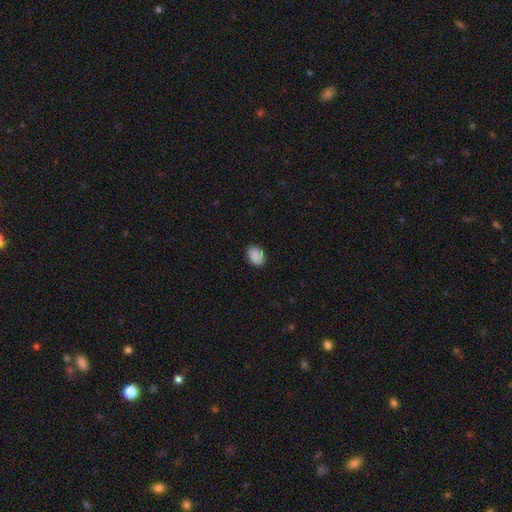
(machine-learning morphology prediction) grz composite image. It shows a smooth galaxy with no disk features (88%) that is in between round and cigar-shaped (63%). Merging: none (86%).